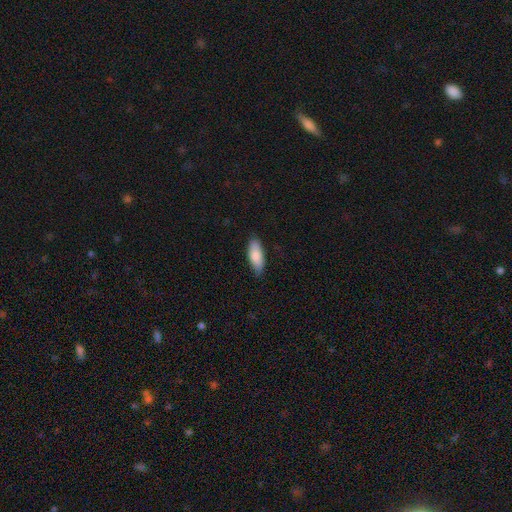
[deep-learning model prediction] Smooth or featured? smooth (83%)
How rounded? in between (75%)
Merging? none (82%)